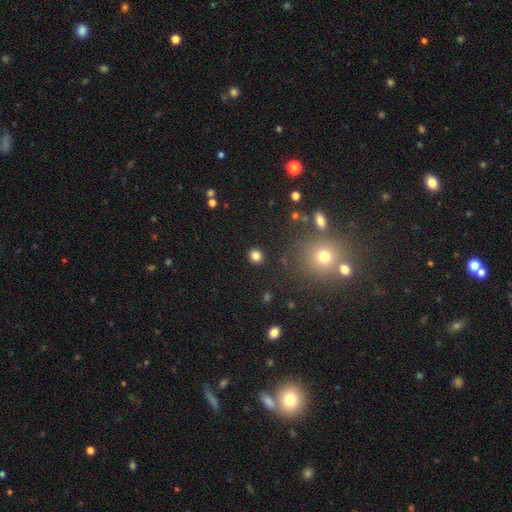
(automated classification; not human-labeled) The model was most divided on "smooth or featured": smooth: 82%, star or artifact: 13%, featured or disk: 5%. More confident: merging — none (90%); how rounded — round (87%).